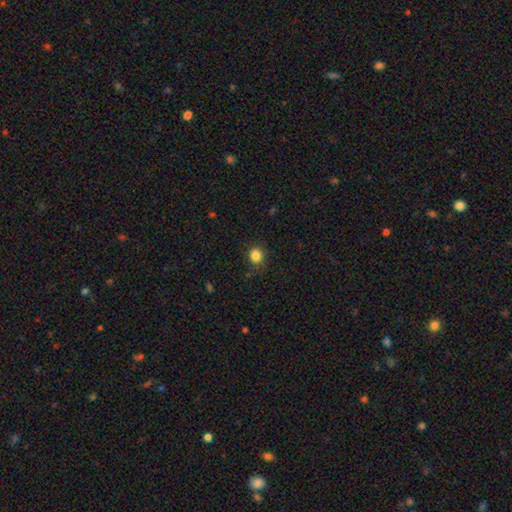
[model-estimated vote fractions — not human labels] This is clearly a smooth galaxy (84%). How rounded: clearly round (86%). Merging: clearly none (84%).